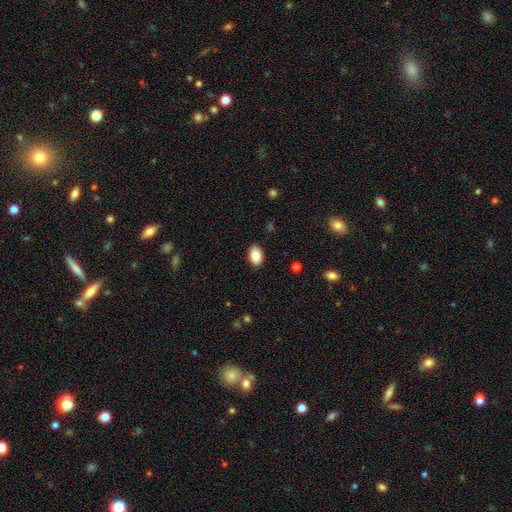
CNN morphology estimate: smooth-or-featured: smooth: 85% | star or artifact: 7% | featured or disk: 7%
  how-rounded: in between: 90% | round: 9% | cigar-shaped: 1%
  merging: none: 89% | minor disturbance: 8% | major disturbance: 2% | merger: 1%